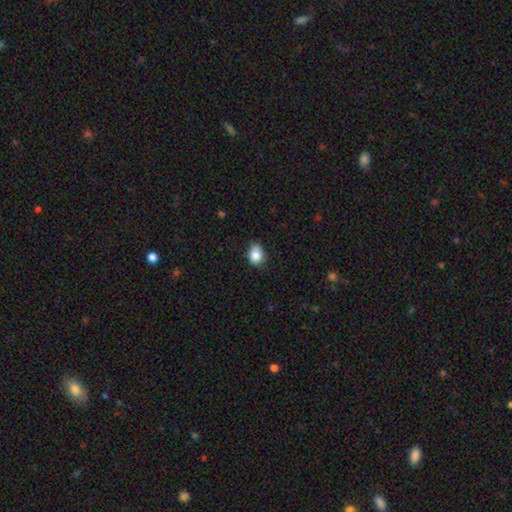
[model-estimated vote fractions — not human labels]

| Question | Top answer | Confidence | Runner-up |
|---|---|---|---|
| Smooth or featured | smooth | 84% | star or artifact (9%) |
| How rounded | in between | 68% | round (30%) |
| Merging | none | 66% | minor disturbance (28%) |